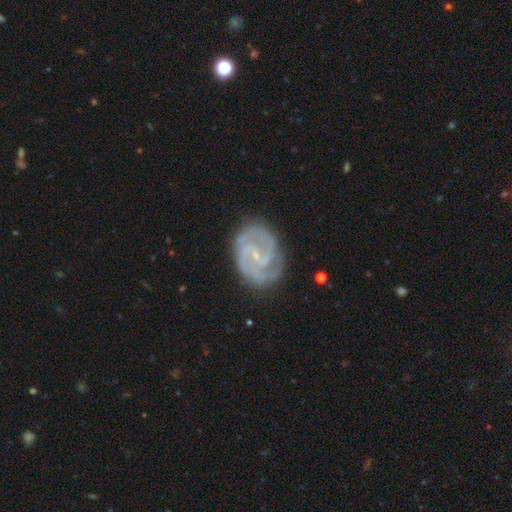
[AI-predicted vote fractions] This appears to be a featured or disk galaxy (89%) with a weak bar (46%), 2 (69%) tight (55%) spiral arms (98%) and a small central bulge (82%). Merging: none (78%).